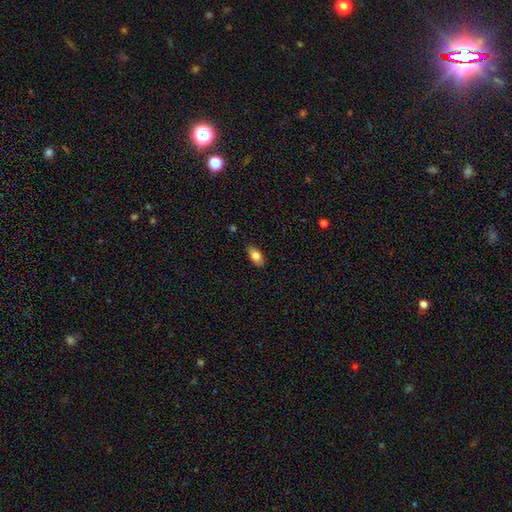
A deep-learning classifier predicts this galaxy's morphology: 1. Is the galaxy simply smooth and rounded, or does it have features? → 79% smooth, 14% featured or disk, 7% star or artifact.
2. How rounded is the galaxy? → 90% in between, 6% cigar-shaped, 4% round.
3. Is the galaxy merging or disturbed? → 87% none, 10% minor disturbance, 2% major disturbance, 1% merger.